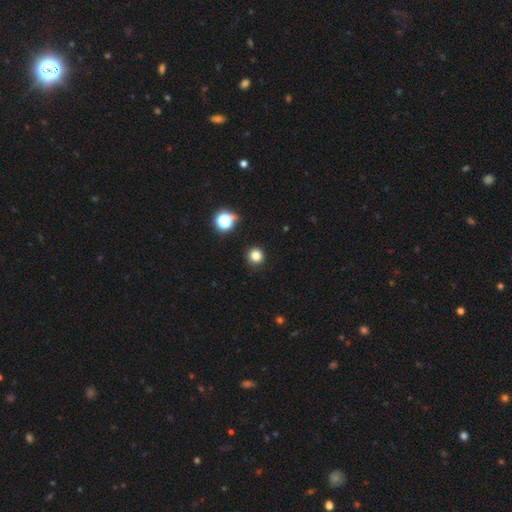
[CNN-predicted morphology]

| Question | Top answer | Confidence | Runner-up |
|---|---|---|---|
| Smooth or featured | smooth | 81% | star or artifact (15%) |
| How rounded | round | 93% | in between (6%) |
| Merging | none | 91% | minor disturbance (6%) |